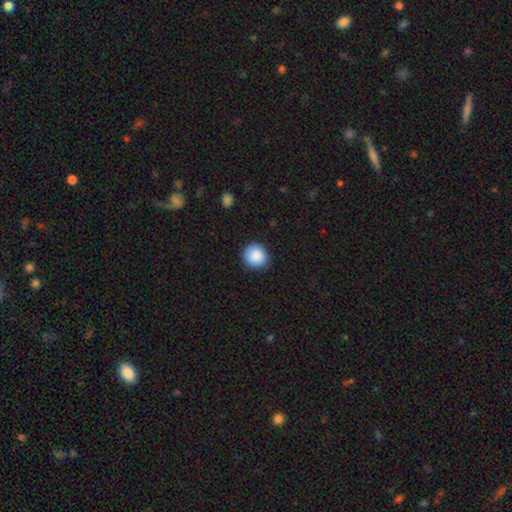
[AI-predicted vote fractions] This is clearly a smooth galaxy (88%). How rounded: clearly round (91%). Merging: clearly none (89%).